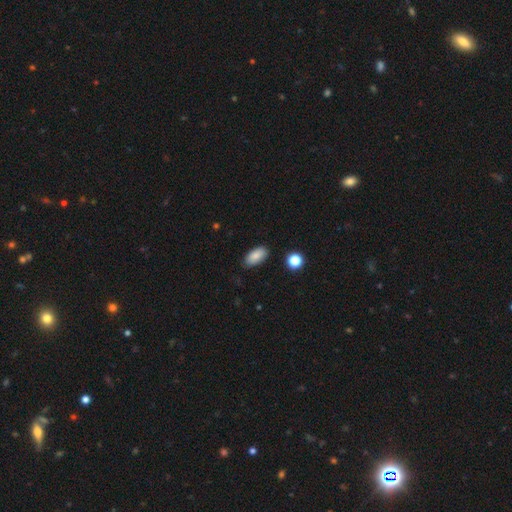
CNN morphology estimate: Q: Smooth or featured?
A: smooth (86%); runner-up: star or artifact (8%)
Q: How rounded?
A: in between (92%); runner-up: cigar-shaped (5%)
Q: Merging?
A: none (85%); runner-up: minor disturbance (11%)